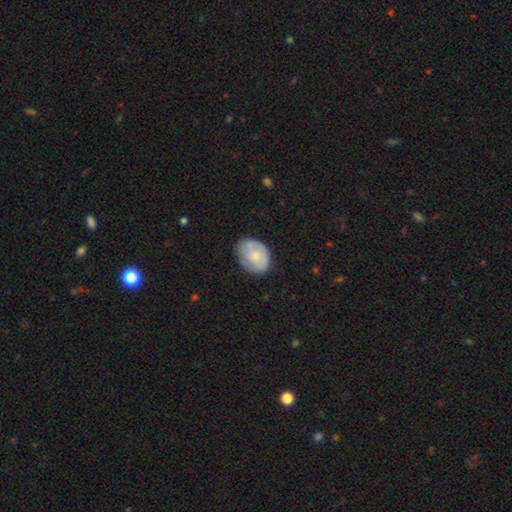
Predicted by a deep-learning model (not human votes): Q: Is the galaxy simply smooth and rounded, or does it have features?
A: smooth — 56%.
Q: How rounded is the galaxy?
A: in between — 66%.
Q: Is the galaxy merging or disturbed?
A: none — 68%.